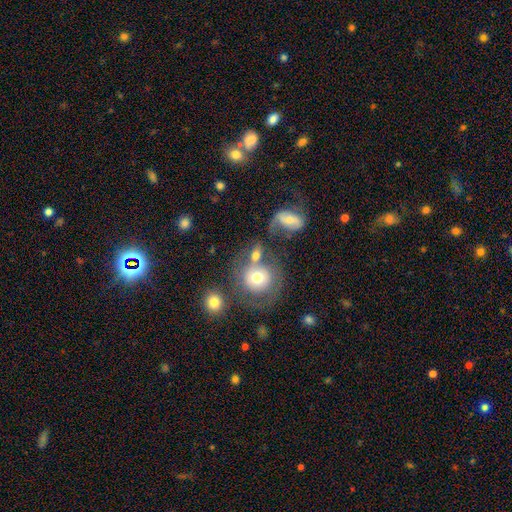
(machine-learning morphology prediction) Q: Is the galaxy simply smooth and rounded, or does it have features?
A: smooth — 63%.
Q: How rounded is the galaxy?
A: round — 75%.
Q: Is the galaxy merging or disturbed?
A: none — 36%, tied with merger.